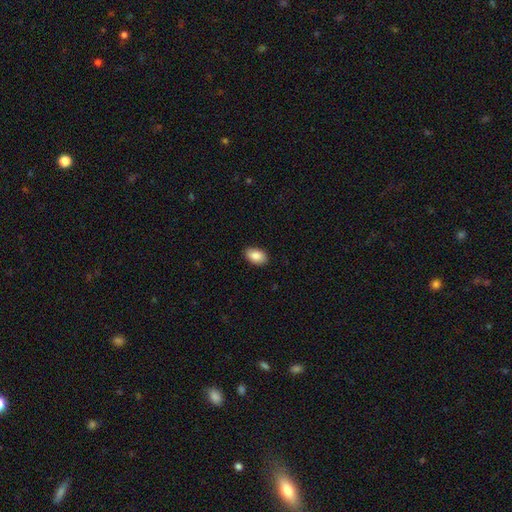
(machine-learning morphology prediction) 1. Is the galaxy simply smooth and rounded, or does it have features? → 88% smooth, 7% star or artifact, 5% featured or disk.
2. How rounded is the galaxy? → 91% in between, 8% round, 1% cigar-shaped.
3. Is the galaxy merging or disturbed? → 88% none, 10% minor disturbance, 2% major disturbance, 1% merger.